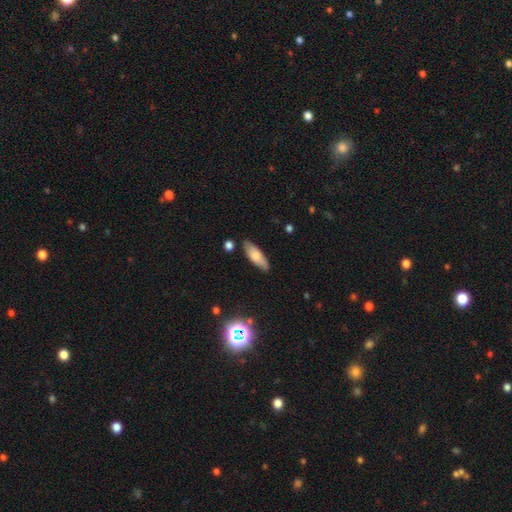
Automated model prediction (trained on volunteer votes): Smooth or featured?
  - smooth: 73% *
  - featured or disk: 20%
  - star or artifact: 7%
How rounded?
  - in between: 64% *
  - cigar-shaped: 34%
  - round: 2%
Merging?
  - none: 82% *
  - minor disturbance: 13%
  - major disturbance: 2%
  - merger: 2%